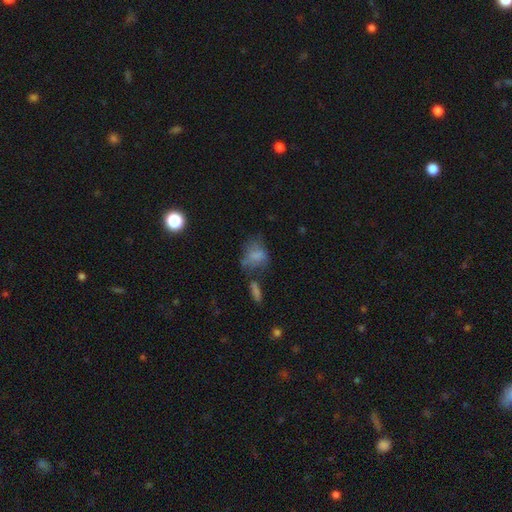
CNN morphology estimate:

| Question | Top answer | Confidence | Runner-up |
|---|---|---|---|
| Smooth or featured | smooth | 66% | featured or disk (21%) |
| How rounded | in between | 65% | round (32%) |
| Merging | none | 37% | minor disturbance (24%) |